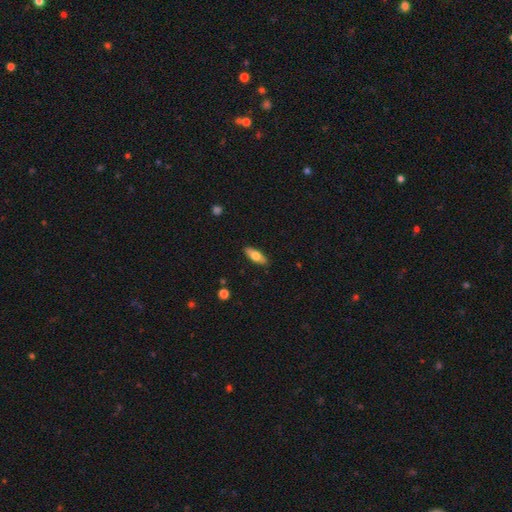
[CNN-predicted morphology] Q: Smooth or featured?
A: smooth (67%); runner-up: featured or disk (28%)
Q: How rounded?
A: in between (70%); runner-up: cigar-shaped (27%)
Q: Merging?
A: none (89%); runner-up: minor disturbance (8%)